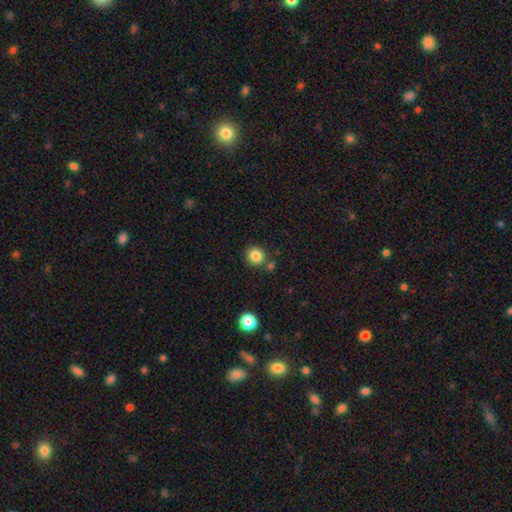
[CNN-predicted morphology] A smooth galaxy with no disk features (84%) that is round (90%). Merging: none (81%).